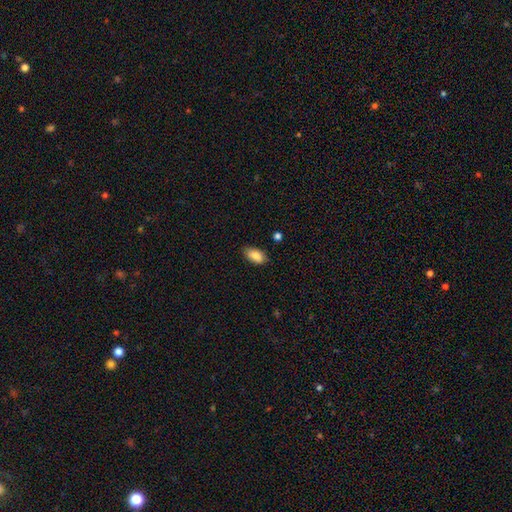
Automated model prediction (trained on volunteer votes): Smooth or featured: smooth — 86% (star or artifact — 7%)
How rounded: in between — 92% (cigar-shaped — 4%)
Merging: none — 80% (minor disturbance — 16%)